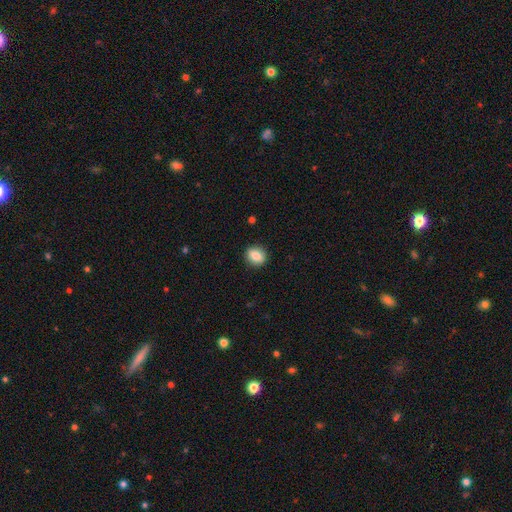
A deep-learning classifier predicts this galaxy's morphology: A smooth galaxy with no disk features (80%) that is round (66%).

Vote fractions:
- Smooth or featured? smooth: 80% / featured or disk: 11% / star or artifact: 8%
- How rounded? round: 66% / in between: 32% / cigar-shaped: 1%
- Merging? none: 89% / minor disturbance: 8% / major disturbance: 2% / merger: 1%